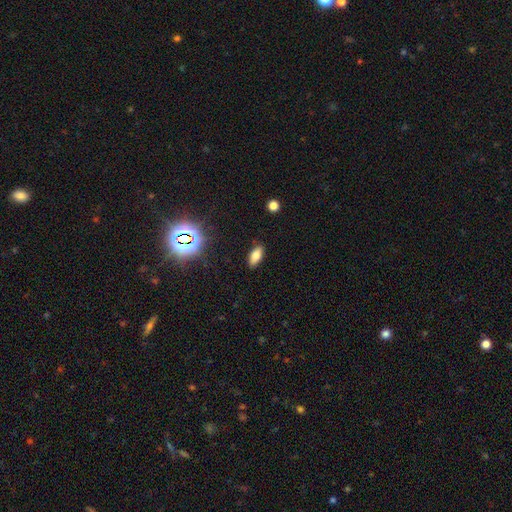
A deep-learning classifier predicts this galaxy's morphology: Smooth or featured? Predicted: smooth (p=0.71). How rounded? Predicted: in between (p=0.83). Merging? Predicted: none (p=0.88).